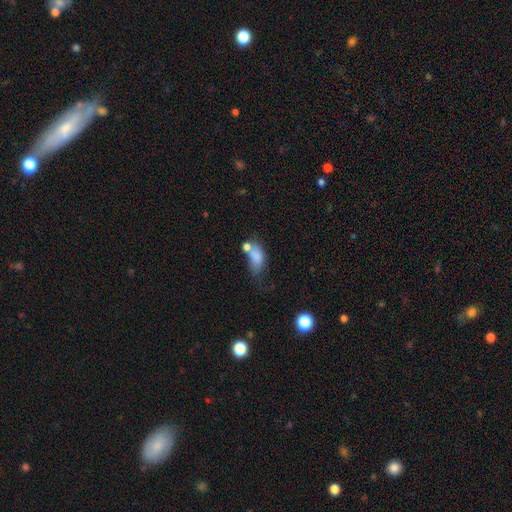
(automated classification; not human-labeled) Smooth or featured: smooth — 75% (featured or disk — 15%)
How rounded: in between — 85% (round — 10%)
Merging: merger — 29% (none — 27%)